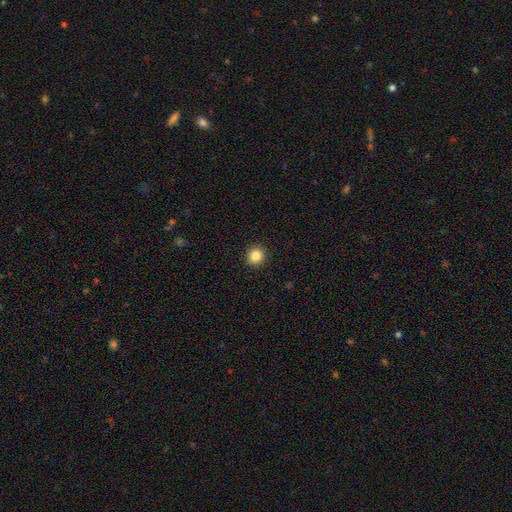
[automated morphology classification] smooth-or-featured: smooth: 85% | star or artifact: 11% | featured or disk: 4%
  how-rounded: round: 93% | in between: 6% | cigar-shaped: 1%
  merging: none: 93% | minor disturbance: 5% | major disturbance: 2% | merger: 1%